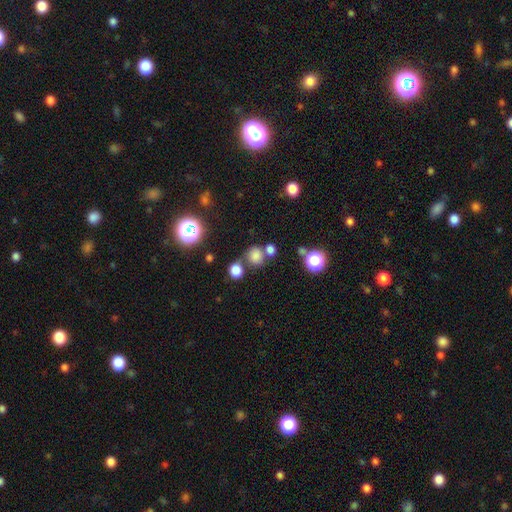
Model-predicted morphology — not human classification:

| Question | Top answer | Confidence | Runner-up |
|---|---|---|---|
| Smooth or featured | smooth | 75% | star or artifact (18%) |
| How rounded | round | 83% | in between (16%) |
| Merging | none | 58% | merger (23%) |